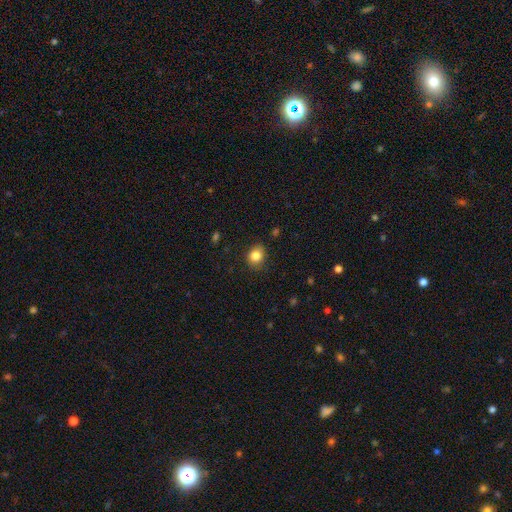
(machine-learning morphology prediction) smooth 84%, star or artifact 10%, featured or disk 6%. Down the decision tree: how rounded — round (69%); merging — none (82%).